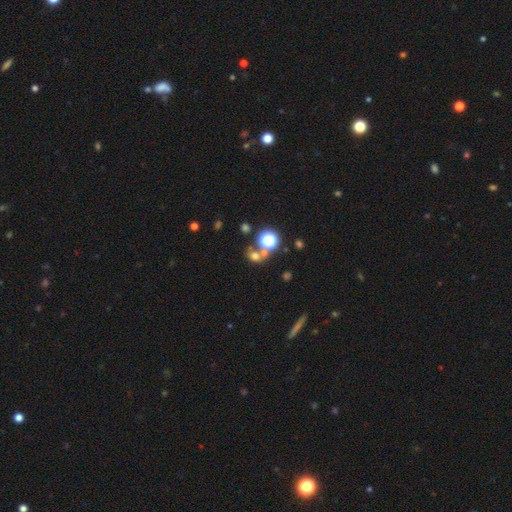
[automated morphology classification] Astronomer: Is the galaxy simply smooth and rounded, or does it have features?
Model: smooth — 60%.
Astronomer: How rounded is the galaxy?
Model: round — 61% (runner-up: in between, 38%).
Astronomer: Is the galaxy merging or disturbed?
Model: none — 52% (runner-up: merger, 32%).